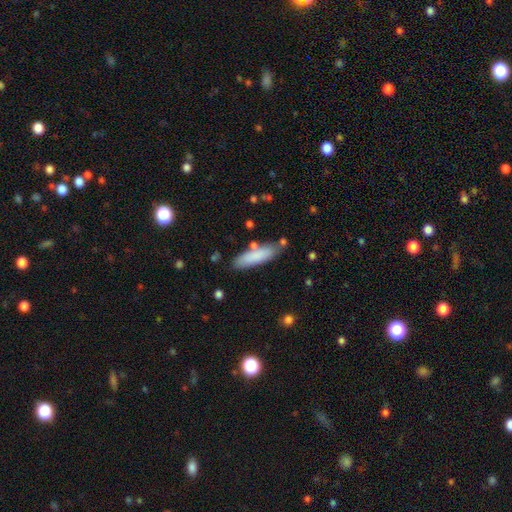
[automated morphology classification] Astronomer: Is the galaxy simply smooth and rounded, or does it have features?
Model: smooth — 82%.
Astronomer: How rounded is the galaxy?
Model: cigar-shaped — 66%.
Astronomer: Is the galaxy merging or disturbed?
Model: none — 78%.